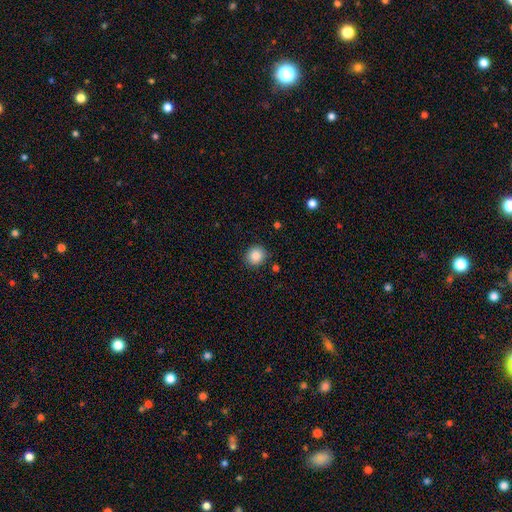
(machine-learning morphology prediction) type=smooth (86%); roundness=round (85%); merging=none (87%).